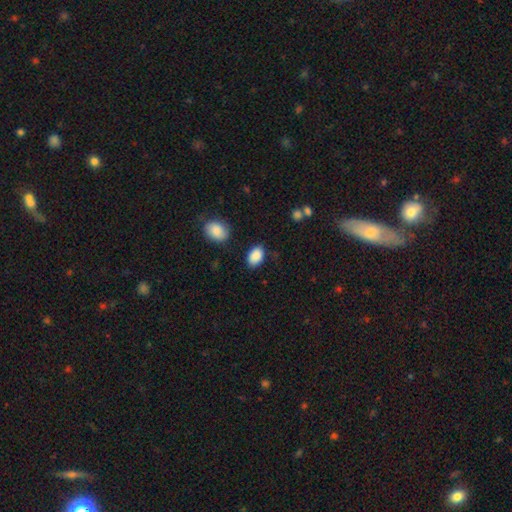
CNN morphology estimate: smooth_or_featured: smooth (p=0.89) [alt: star or artifact p=0.07]
how_rounded: in between (p=0.87) [alt: round p=0.12]
merging: none (p=0.81) [alt: minor disturbance p=0.14]